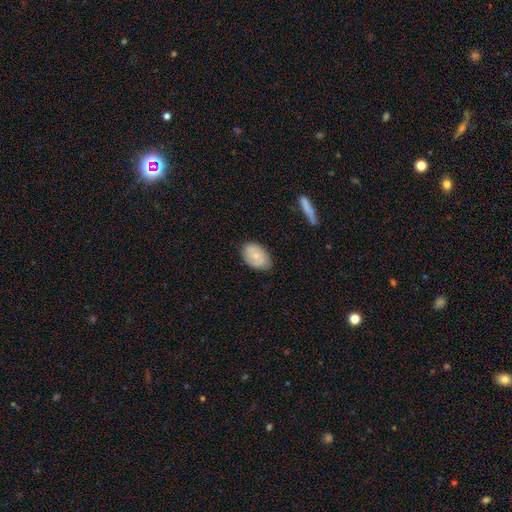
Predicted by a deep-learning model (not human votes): smooth 71%, featured or disk 22%, star or artifact 7%. Down the decision tree: how rounded — in between (88%); merging — none (75%).